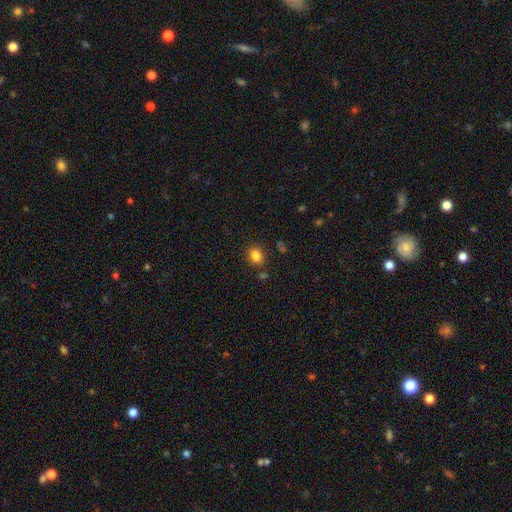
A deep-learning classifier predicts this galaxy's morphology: smooth-or-featured: smooth: 84% | star or artifact: 12% | featured or disk: 4%
  how-rounded: in between: 50% | round: 49% | cigar-shaped: 1%
  merging: none: 82% | minor disturbance: 10% | merger: 5% | major disturbance: 3%